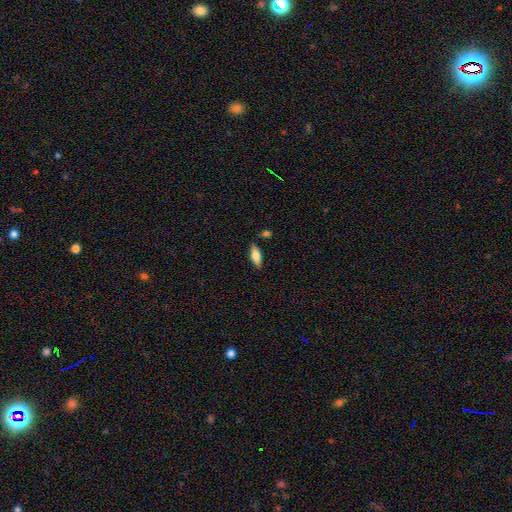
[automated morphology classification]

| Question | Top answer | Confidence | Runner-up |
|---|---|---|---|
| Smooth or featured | smooth | 71% | featured or disk (23%) |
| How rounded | in between | 72% | cigar-shaped (26%) |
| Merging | none | 80% | minor disturbance (12%) |